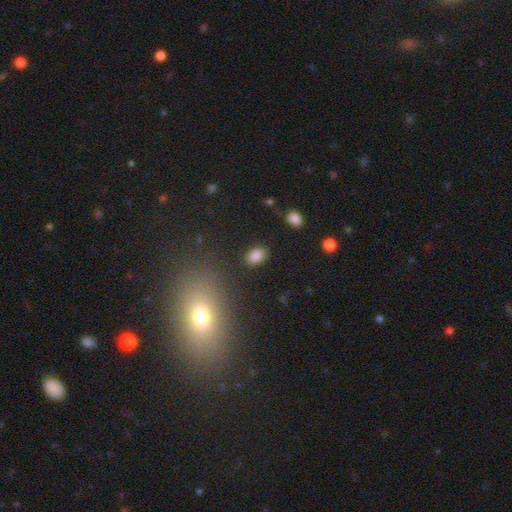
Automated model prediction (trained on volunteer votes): This is clearly a smooth galaxy (85%). How rounded: clearly in between (84%). Merging: clearly none (85%).